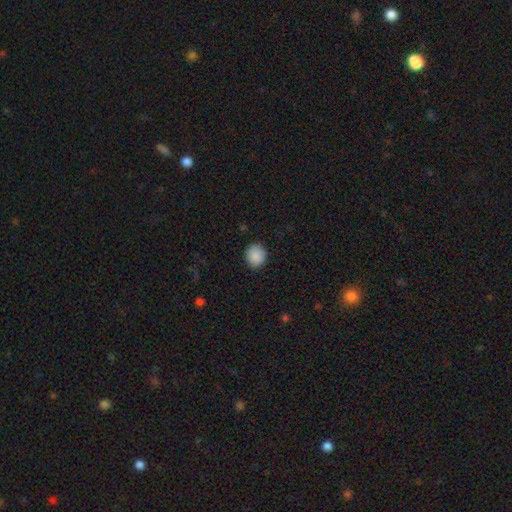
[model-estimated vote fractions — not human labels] A smooth galaxy with no disk features (89%) that is round (81%).

Vote fractions:
- Smooth or featured? smooth: 89% / star or artifact: 8% / featured or disk: 3%
- How rounded? round: 81% / in between: 18% / cigar-shaped: 1%
- Merging? none: 89% / minor disturbance: 8% / major disturbance: 2% / merger: 1%